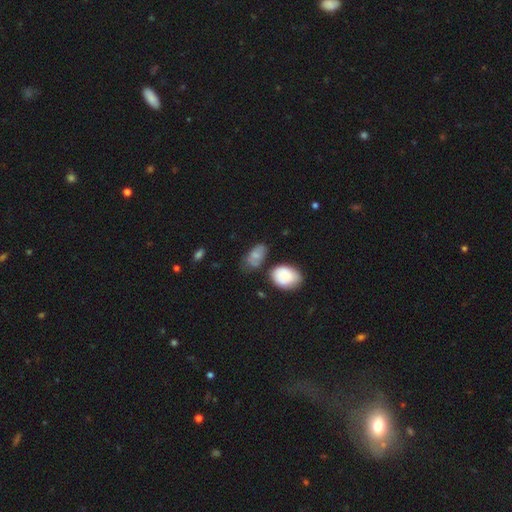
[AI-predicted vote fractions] A smooth galaxy with no disk features (72%) that is in between round and cigar-shaped (90%). Merging: none (46%).